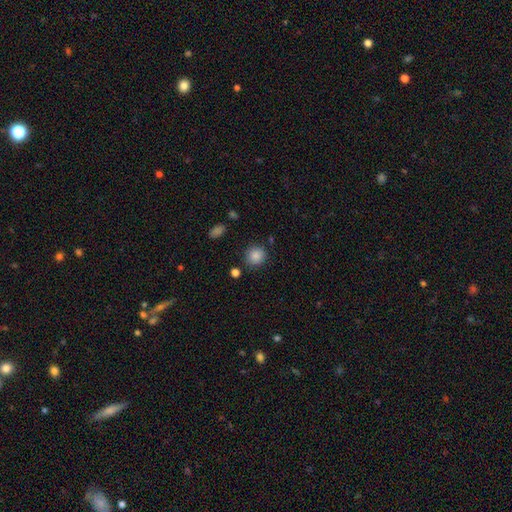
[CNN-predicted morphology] smooth 86%, star or artifact 9%, featured or disk 4%. Down the decision tree: how rounded — round (87%); merging — none (84%).